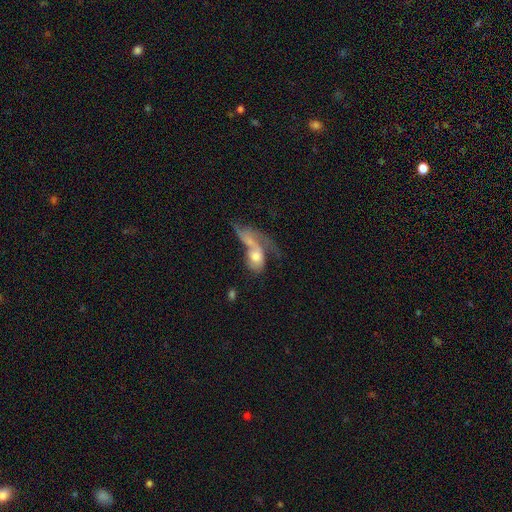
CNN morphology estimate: Smooth or featured?
  - smooth: 49% *
  - featured or disk: 42%
  - star or artifact: 9%
Merging?
  - merger: 57% *
  - major disturbance: 20%
  - none: 14%
  - minor disturbance: 9%